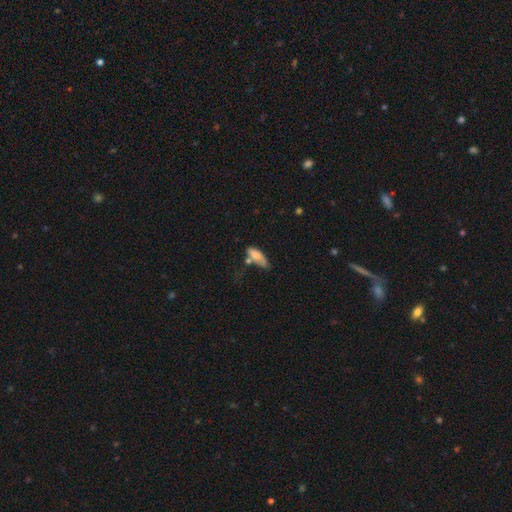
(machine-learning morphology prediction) A smooth galaxy with no disk features (73%) that is in between round and cigar-shaped (75%). Merging: none (37%).